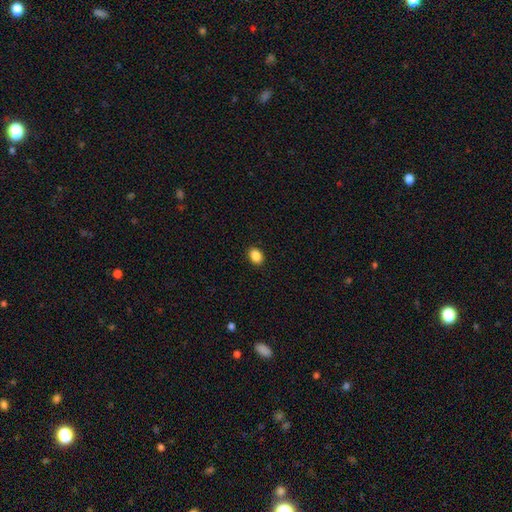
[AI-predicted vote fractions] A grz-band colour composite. It shows a smooth galaxy with no disk features (88%) that is in between round and cigar-shaped (66%). Merging: none (91%).